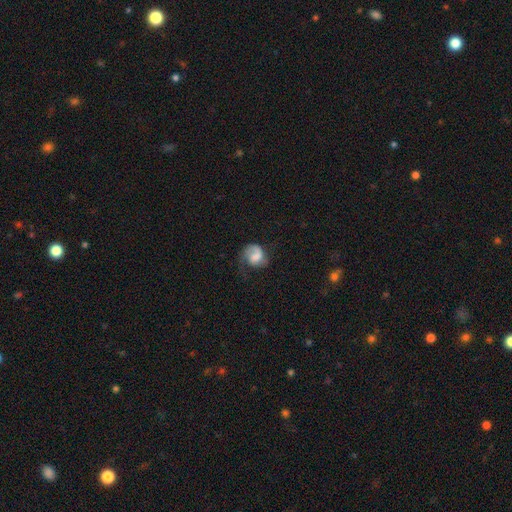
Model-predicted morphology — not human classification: type=featured or disk (60%); edge-on=no (98%); bar=no (53%); spiral arms=yes (90%); winding=medium (40%); arm count=1 (58%); bulge=none (32%); merging=none (48%).